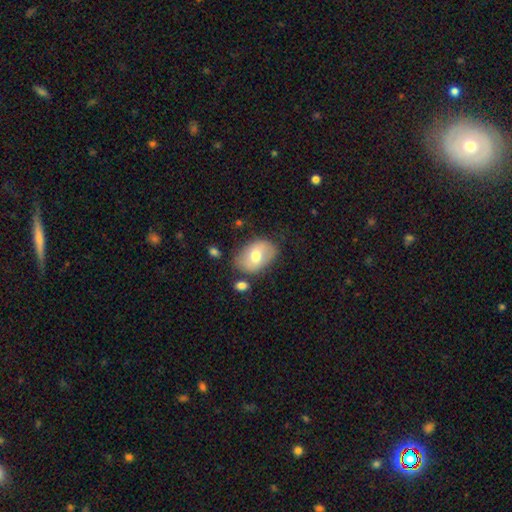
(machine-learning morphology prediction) This is likely a smooth galaxy (62%). How rounded: clearly in between (83%). Merging: likely none (71%).